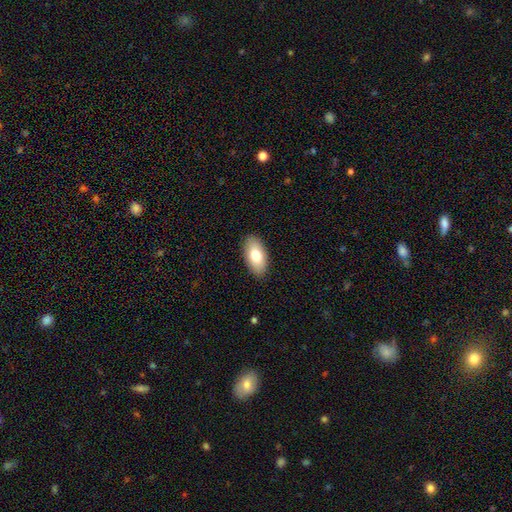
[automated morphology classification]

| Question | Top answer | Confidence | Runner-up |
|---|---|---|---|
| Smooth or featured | smooth | 77% | featured or disk (17%) |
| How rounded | in between | 94% | cigar-shaped (3%) |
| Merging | none | 89% | minor disturbance (8%) |